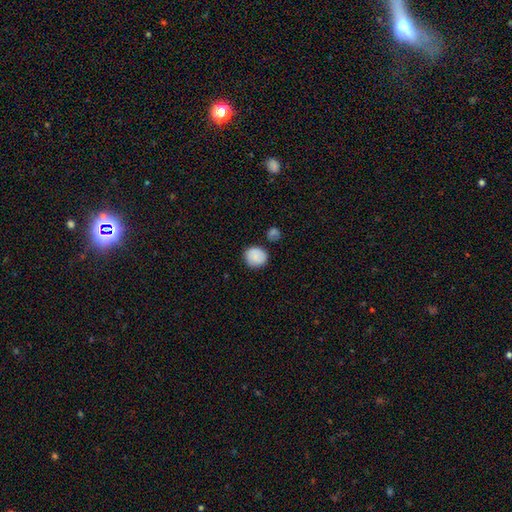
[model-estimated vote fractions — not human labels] This is clearly a smooth galaxy (83%). How rounded: clearly round (82%). Merging: likely none (80%).